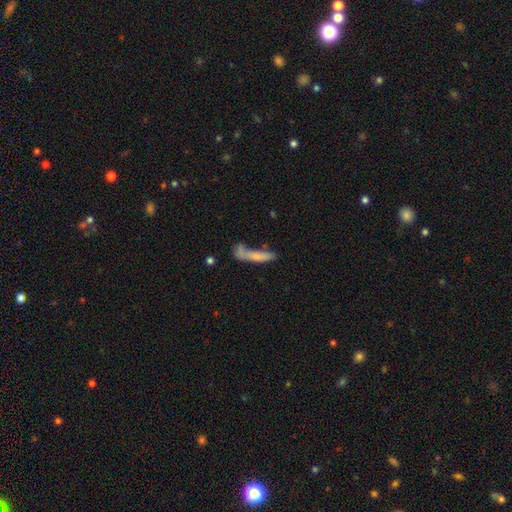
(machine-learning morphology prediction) smooth-or-featured: smooth: 65% | featured or disk: 25% | star or artifact: 9%
  how-rounded: cigar-shaped: 81% | in between: 16% | round: 2%
  merging: none: 41% | merger: 23% | minor disturbance: 19% | major disturbance: 16%